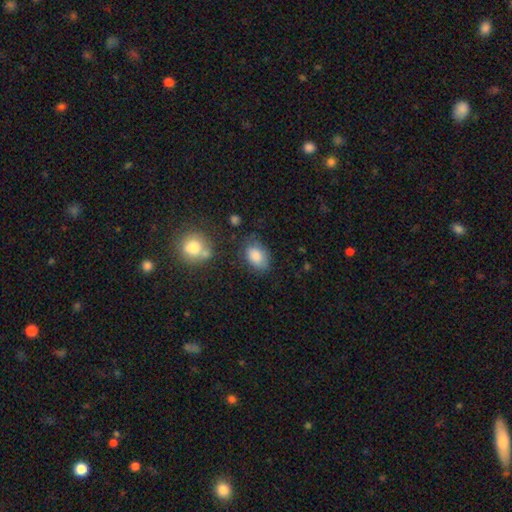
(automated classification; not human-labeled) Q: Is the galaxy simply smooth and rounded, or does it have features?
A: smooth — 83%.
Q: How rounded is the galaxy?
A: in between — 83%.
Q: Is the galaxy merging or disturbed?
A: none — 64%.